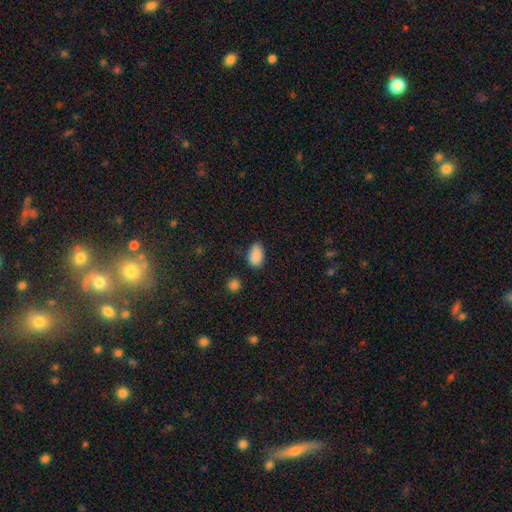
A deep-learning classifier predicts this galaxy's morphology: type=smooth (87%); roundness=in between (91%); merging=none (70%).